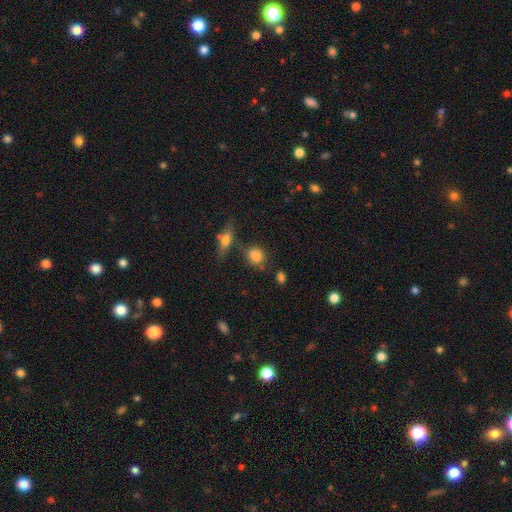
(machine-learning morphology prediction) Smooth or featured? Predicted: smooth (p=0.83). How rounded? Predicted: round (p=0.59). Merging? Predicted: none (p=0.65).